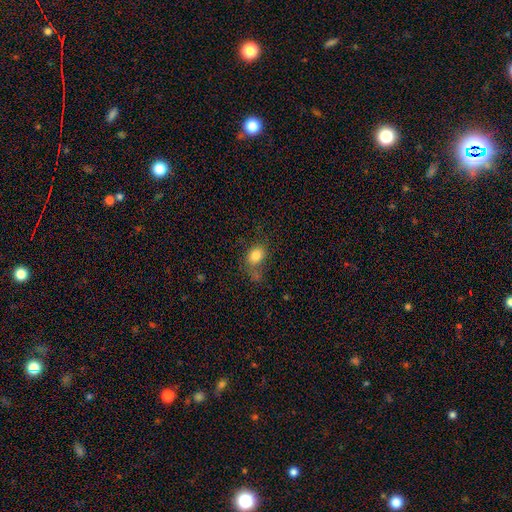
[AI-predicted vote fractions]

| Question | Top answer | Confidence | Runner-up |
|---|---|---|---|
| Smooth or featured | smooth | 81% | star or artifact (10%) |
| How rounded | in between | 61% | round (38%) |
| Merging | none | 57% | minor disturbance (21%) |